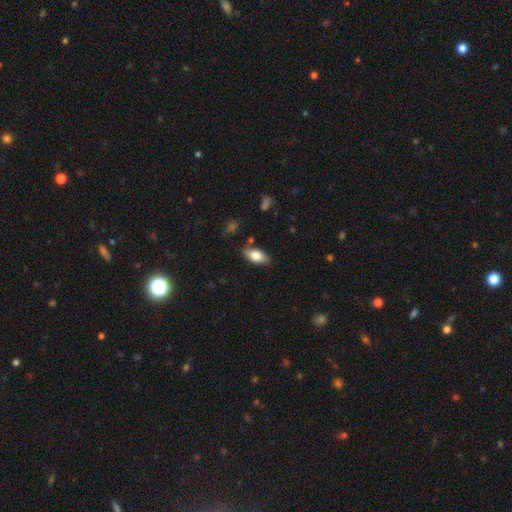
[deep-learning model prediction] smooth-or-featured: smooth: 77% | featured or disk: 16% | star or artifact: 7%
  how-rounded: in between: 89% | cigar-shaped: 8% | round: 3%
  merging: none: 81% | minor disturbance: 14% | major disturbance: 3% | merger: 3%